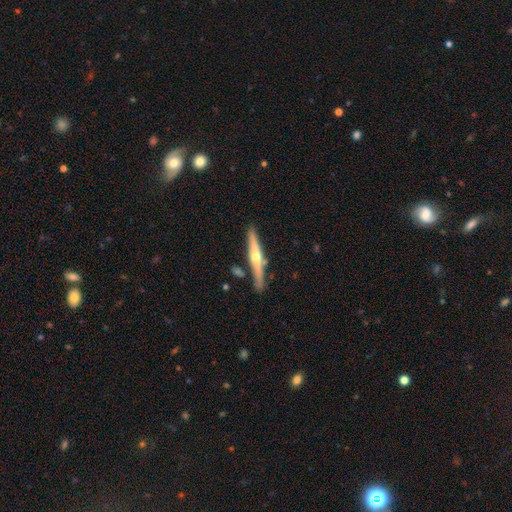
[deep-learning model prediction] Smooth or featured? featured or disk (70%)
Edge-on disk? yes (97%)
Edge-on bulge? rounded (91%)
Merging? none (83%)